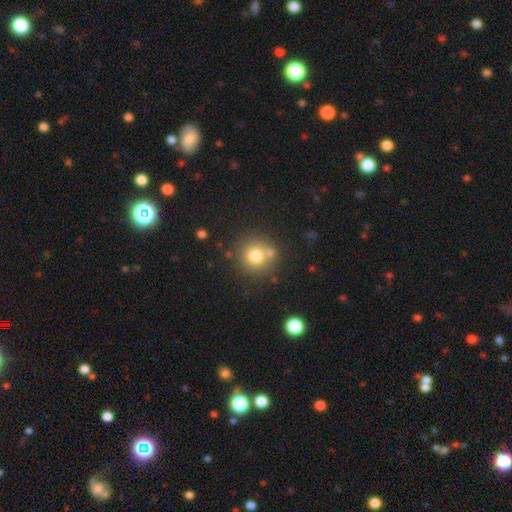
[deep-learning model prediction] Q: Smooth or featured?
A: smooth (75%); runner-up: star or artifact (13%)
Q: How rounded?
A: round (92%); runner-up: in between (7%)
Q: Merging?
A: none (67%); runner-up: merger (19%)